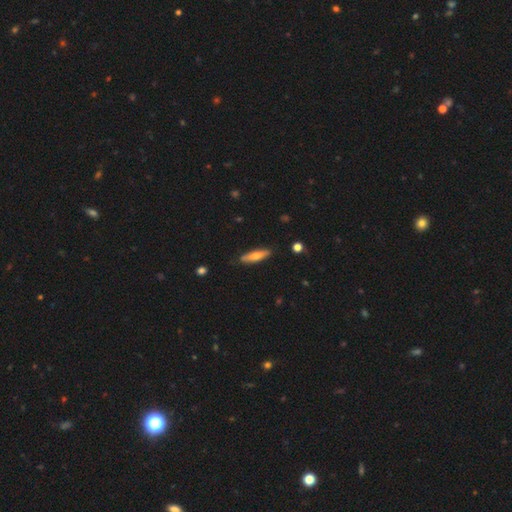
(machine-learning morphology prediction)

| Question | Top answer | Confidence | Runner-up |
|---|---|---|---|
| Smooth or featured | smooth | 62% | featured or disk (32%) |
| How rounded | cigar-shaped | 72% | in between (26%) |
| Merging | none | 86% | minor disturbance (11%) |